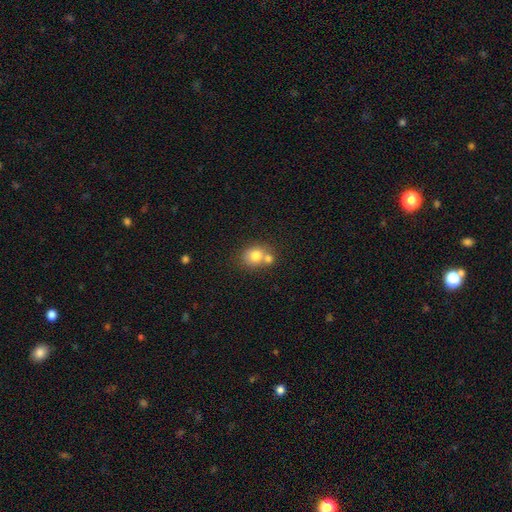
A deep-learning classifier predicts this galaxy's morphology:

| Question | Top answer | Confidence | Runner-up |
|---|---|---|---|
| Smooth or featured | smooth | 77% | featured or disk (13%) |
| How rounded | round | 70% | in between (29%) |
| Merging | merger | 45% | none (43%) |